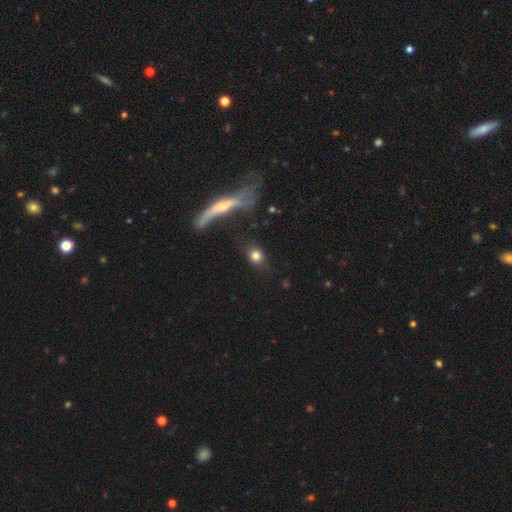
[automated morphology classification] type=smooth (78%); roundness=round (59%); merging=none (73%).